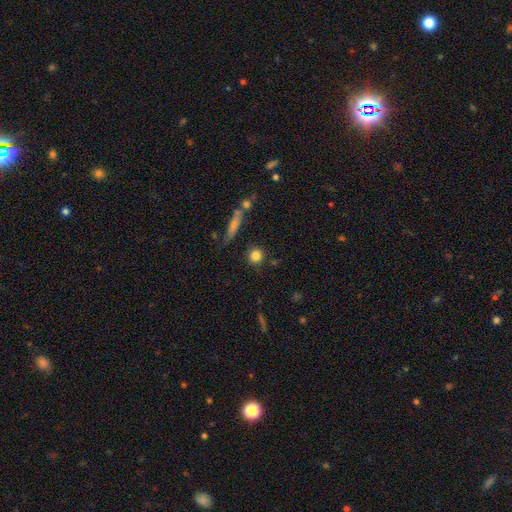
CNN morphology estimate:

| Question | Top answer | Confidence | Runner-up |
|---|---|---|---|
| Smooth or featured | smooth | 82% | star or artifact (10%) |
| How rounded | round | 90% | in between (7%) |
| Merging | none | 83% | minor disturbance (9%) |